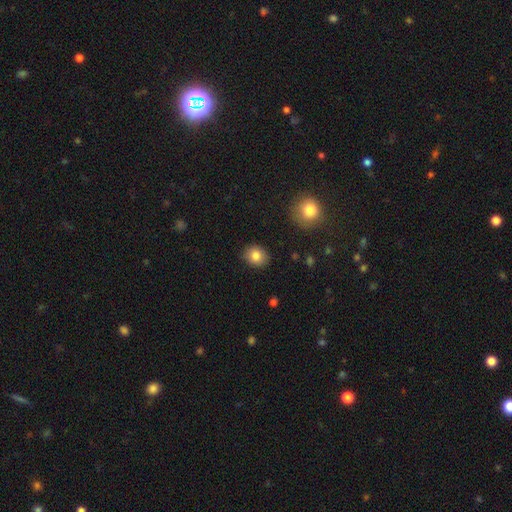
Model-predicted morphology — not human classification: This appears to be a smooth galaxy with no disk features (83%) that is round (55%). Merging: none (89%).